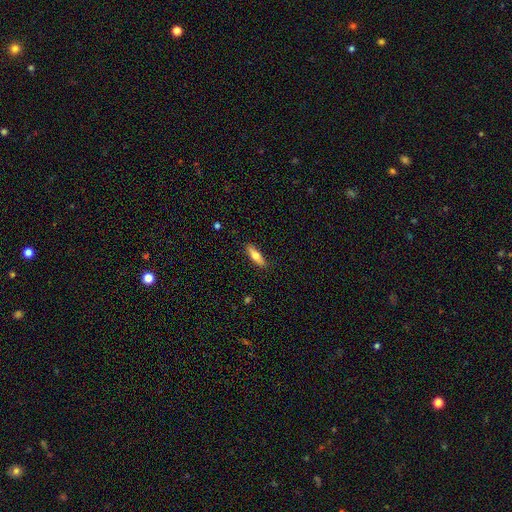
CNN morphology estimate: Smooth or featured?
  - smooth: 61% *
  - featured or disk: 33%
  - star or artifact: 6%
How rounded?
  - cigar-shaped: 60% *
  - in between: 37%
  - round: 2%
Merging?
  - none: 88% *
  - minor disturbance: 9%
  - major disturbance: 2%
  - merger: 1%